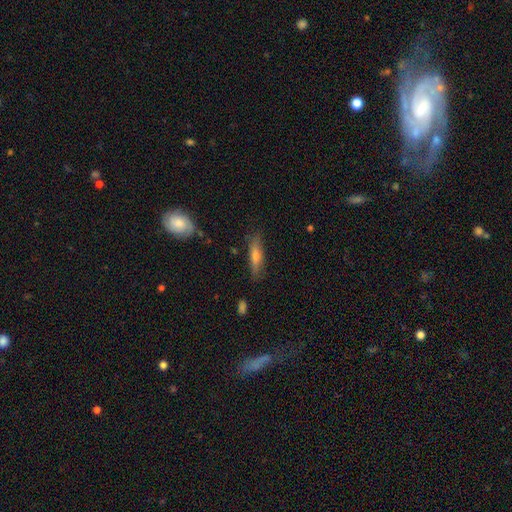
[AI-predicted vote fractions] Smooth or featured: smooth — 52% (featured or disk — 41%)
How rounded: cigar-shaped — 76% (in between — 22%)
Merging: none — 83% (minor disturbance — 13%)